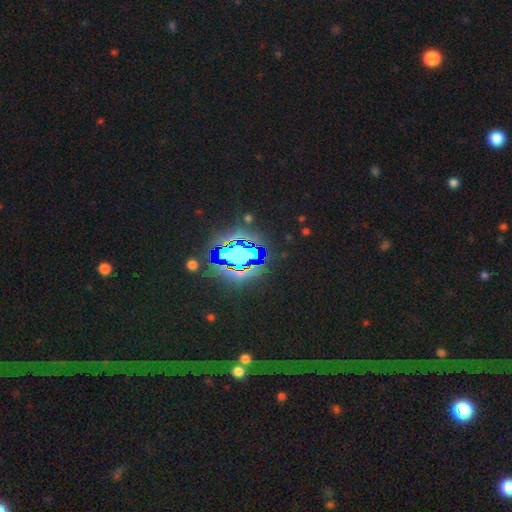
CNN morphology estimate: star or artifact 71%, smooth 16%, featured or disk 13%.